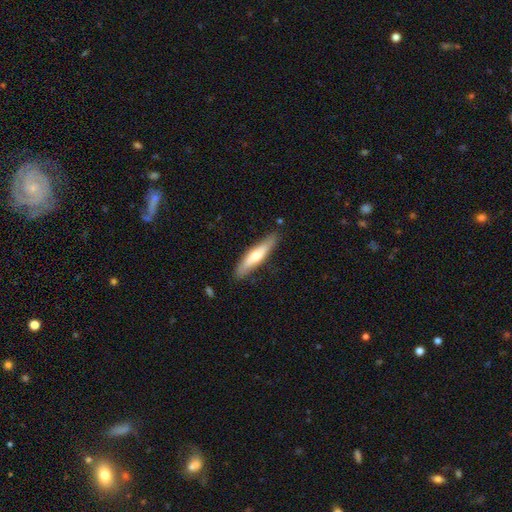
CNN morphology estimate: A smooth galaxy with no disk features (59%) that is cigar-shaped (83%). Merging: none (83%).